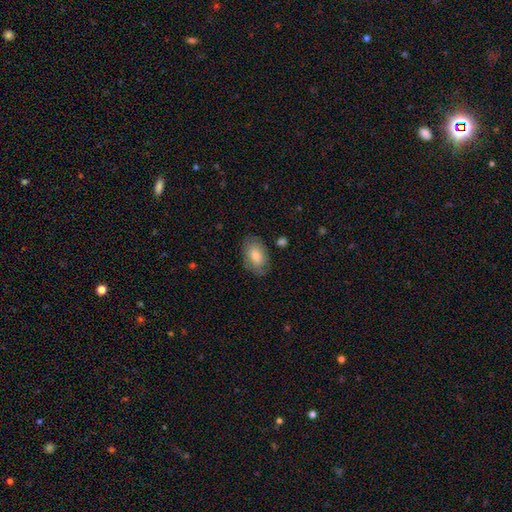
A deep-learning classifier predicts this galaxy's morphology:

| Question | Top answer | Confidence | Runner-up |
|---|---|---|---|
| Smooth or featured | smooth | 70% | featured or disk (23%) |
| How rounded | in between | 90% | round (8%) |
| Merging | none | 79% | minor disturbance (16%) |